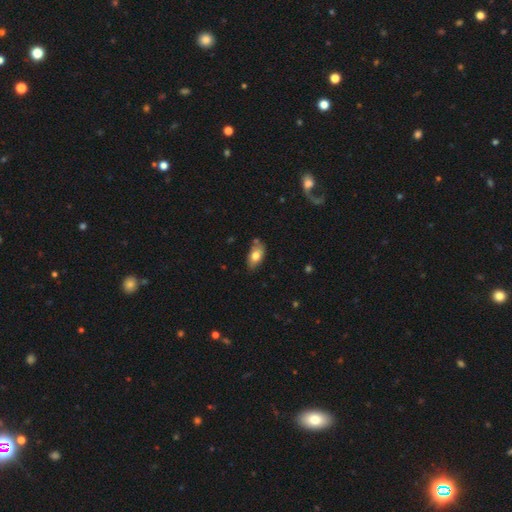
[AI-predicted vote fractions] Morphology: type=smooth (75%); roundness=in between (91%); merging=none (72%).